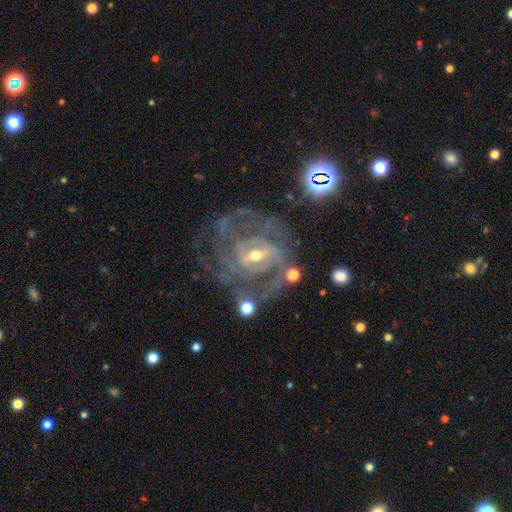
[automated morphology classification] Smooth or featured?
  - featured or disk: 89% *
  - star or artifact: 6%
  - smooth: 5%
Edge-on disk?
  - no: 97% *
  - yes: 3%
Bar?
  - weak: 43% *
  - strong: 41%
  - no: 16%
Spiral arms?
  - yes: 94% *
  - no: 6%
Spiral winding?
  - tight: 47% *
  - medium: 42%
  - loose: 12%
Spiral arm count?
  - 2: 32% *
  - can't tell: 26%
  - 3: 20%
  - 4: 10%
  - 1: 6%
  - more than 4: 6%
Bulge size?
  - small: 48% *
  - moderate: 47%
  - large: 2%
  - none: 1%
  - dominant: 1%
Merging?
  - none: 58% *
  - major disturbance: 19%
  - minor disturbance: 18%
  - merger: 5%